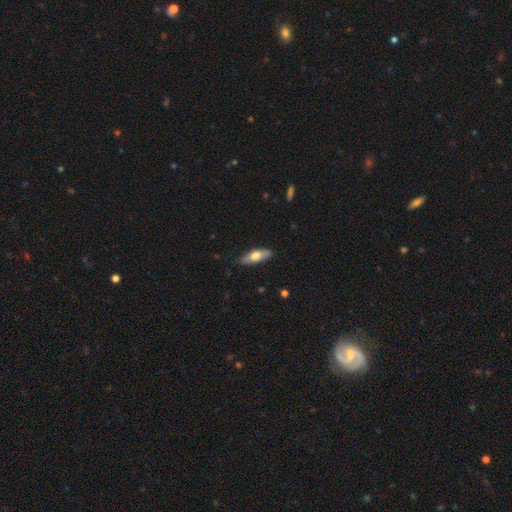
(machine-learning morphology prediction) smooth-or-featured: smooth: 63% | featured or disk: 32% | star or artifact: 6%
  how-rounded: in between: 61% | cigar-shaped: 36% | round: 2%
  merging: none: 86% | minor disturbance: 11% | major disturbance: 2% | merger: 1%